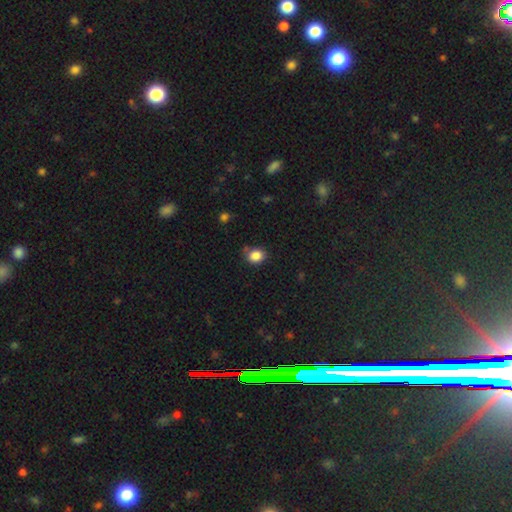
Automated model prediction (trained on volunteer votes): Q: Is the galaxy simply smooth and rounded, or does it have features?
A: smooth — 85%.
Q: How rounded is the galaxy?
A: round — 64%.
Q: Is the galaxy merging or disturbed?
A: none — 73%.